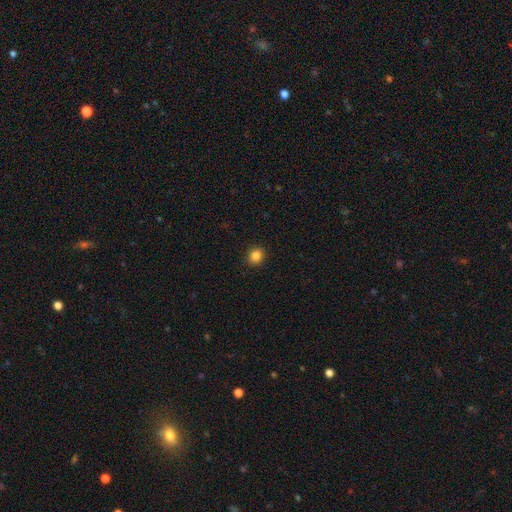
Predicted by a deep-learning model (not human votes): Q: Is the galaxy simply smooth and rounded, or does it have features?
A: smooth — 85%.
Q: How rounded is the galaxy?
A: round — 84%.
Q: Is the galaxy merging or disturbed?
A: none — 92%.